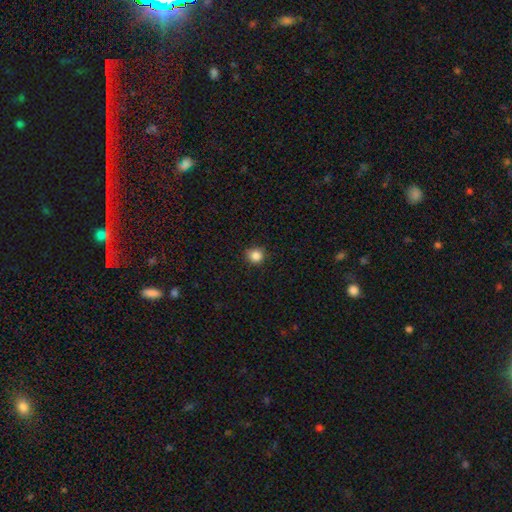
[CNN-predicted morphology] smooth_or_featured: smooth (p=0.85) [alt: star or artifact p=0.11]
how_rounded: round (p=0.91) [alt: in between p=0.08]
merging: none (p=0.88) [alt: minor disturbance p=0.09]